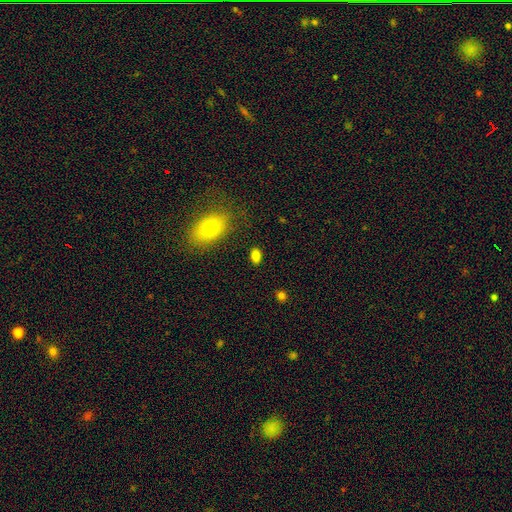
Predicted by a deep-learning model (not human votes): The model was most divided on "smooth or featured": smooth: 83%, star or artifact: 11%, featured or disk: 6%. More confident: how rounded — in between (86%); merging — none (85%).